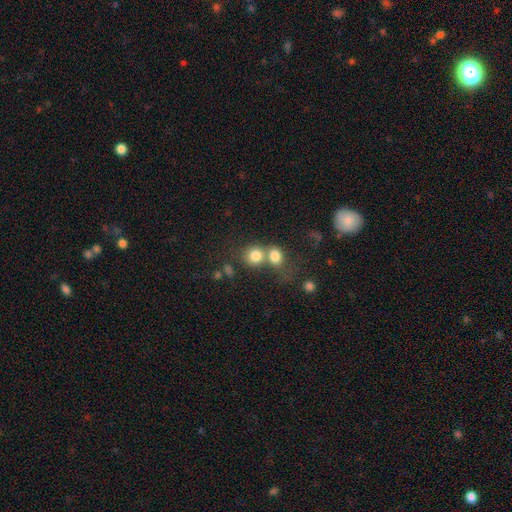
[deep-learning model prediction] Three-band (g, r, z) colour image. It shows a smooth galaxy with no disk features (79%) that is round (81%). Merging: merger (52%).